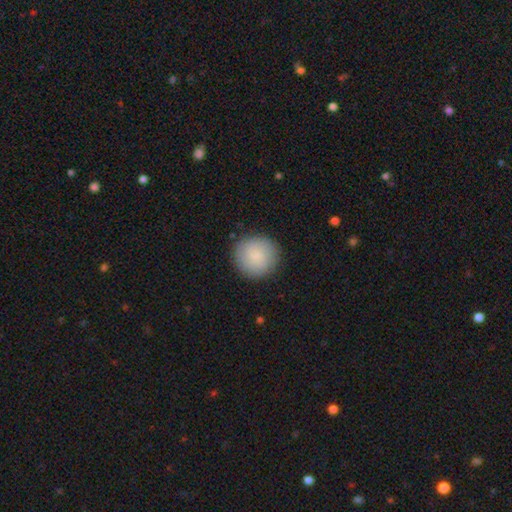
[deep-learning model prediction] smooth 83%, featured or disk 11%, star or artifact 6%. Down the decision tree: how rounded — round (94%); merging — none (89%).